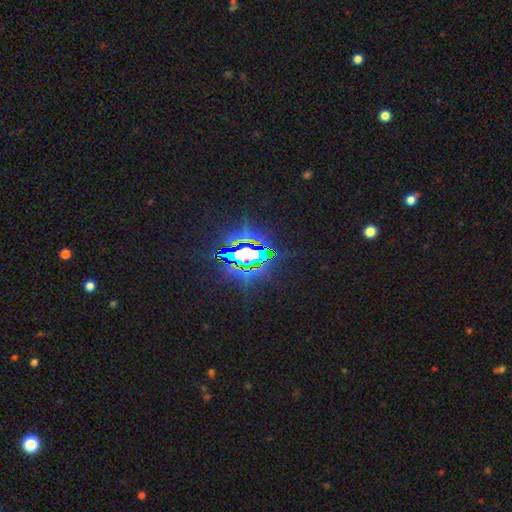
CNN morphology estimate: Smooth or featured? star or artifact (77%)